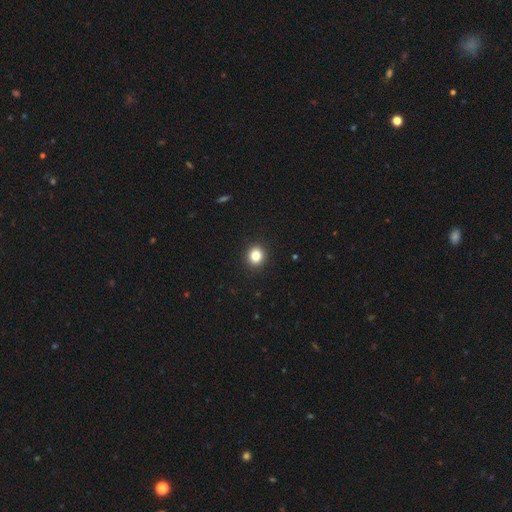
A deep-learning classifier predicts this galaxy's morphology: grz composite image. It shows a smooth galaxy with no disk features (84%) that is round (79%). Merging: none (92%).